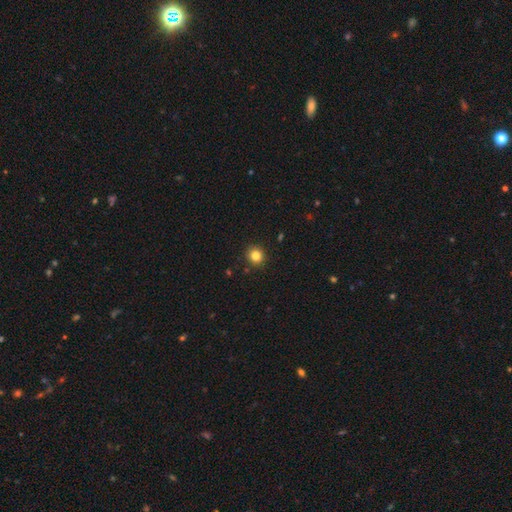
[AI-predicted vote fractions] This appears to be a smooth galaxy with no disk features (83%) that is round (90%). Merging: none (91%).